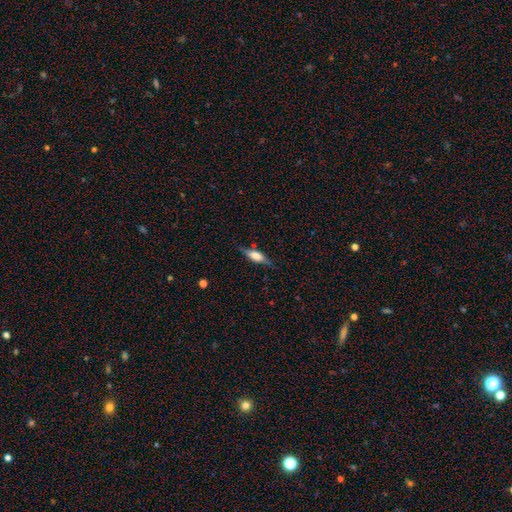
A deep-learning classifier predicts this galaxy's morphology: smooth 47%, featured or disk 46%, star or artifact 7%. Down the decision tree: merging — none (73%).